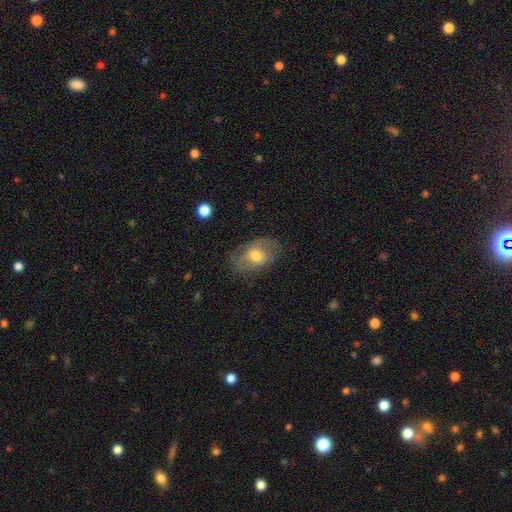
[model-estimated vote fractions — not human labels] The model was most divided on "smooth or featured": smooth: 55%, featured or disk: 38%, star or artifact: 8%. More confident: how rounded — in between (84%); merging — none (65%).